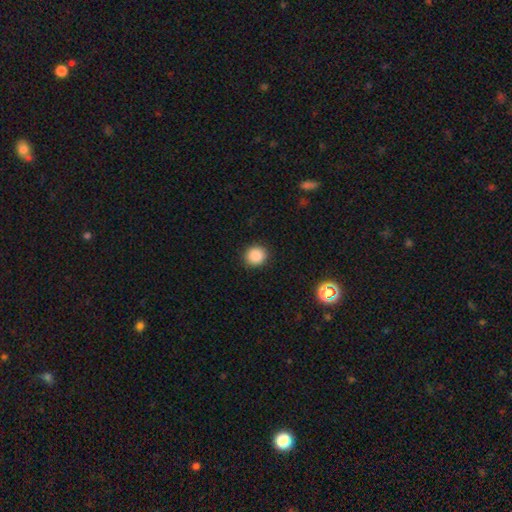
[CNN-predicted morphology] The model was most divided on "how rounded": round: 83%, in between: 16%, cigar-shaped: 1%. More confident: merging — none (90%); smooth or featured — smooth (88%).